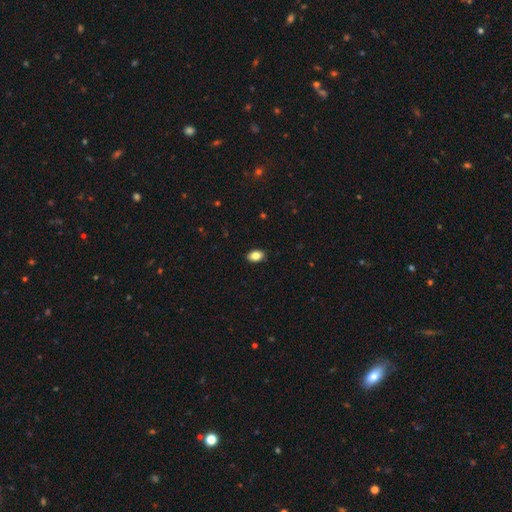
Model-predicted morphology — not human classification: Q: Smooth or featured?
A: smooth (85%); runner-up: star or artifact (8%)
Q: How rounded?
A: in between (86%); runner-up: round (13%)
Q: Merging?
A: none (89%); runner-up: minor disturbance (8%)